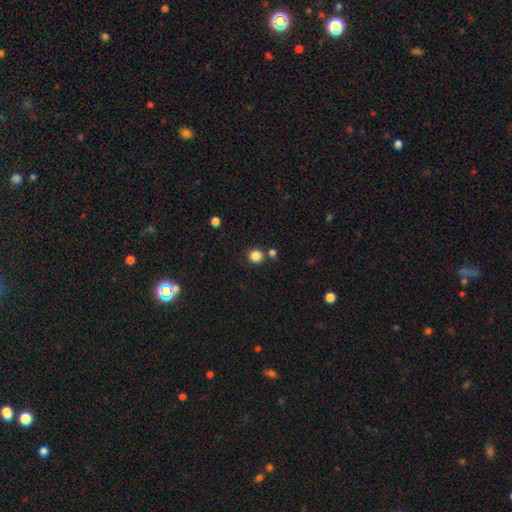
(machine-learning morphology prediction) Smooth or featured? smooth (84%)
How rounded? round (94%)
Merging? none (79%)